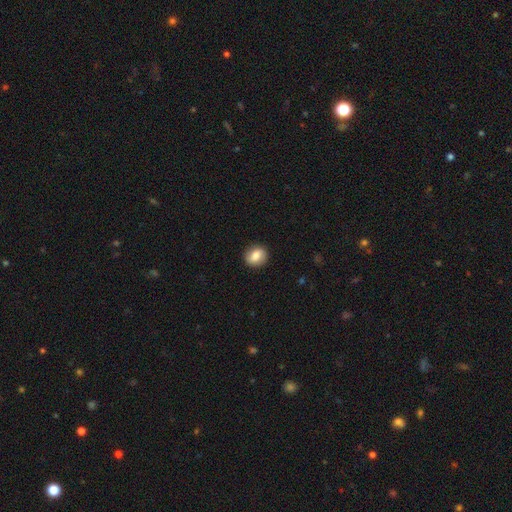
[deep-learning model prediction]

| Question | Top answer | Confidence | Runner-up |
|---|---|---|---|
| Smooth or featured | smooth | 75% | featured or disk (17%) |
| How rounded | round | 72% | in between (27%) |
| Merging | none | 88% | minor disturbance (8%) |